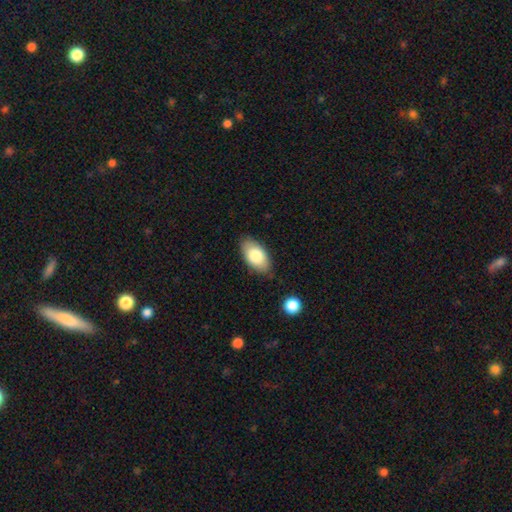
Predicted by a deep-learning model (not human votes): Overall: smooth (81%). How rounded: in between (94%). Merging: none (81%).